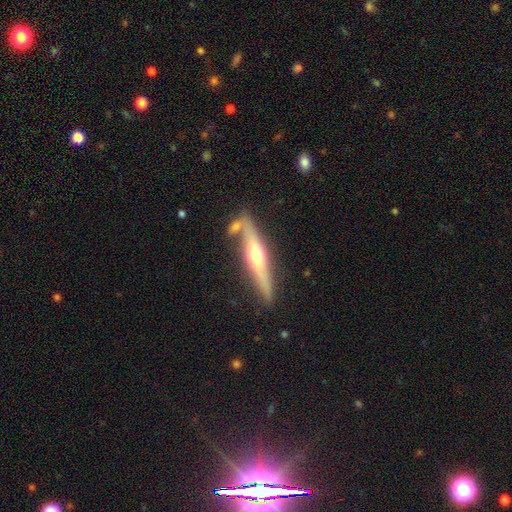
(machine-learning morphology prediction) Smooth or featured?
  - featured or disk: 62% *
  - smooth: 33%
  - star or artifact: 5%
Edge-on disk?
  - yes: 89% *
  - no: 11%
Edge-on bulge?
  - rounded: 90% *
  - none: 6%
  - boxy: 4%
Merging?
  - none: 69% *
  - merger: 14%
  - minor disturbance: 14%
  - major disturbance: 4%